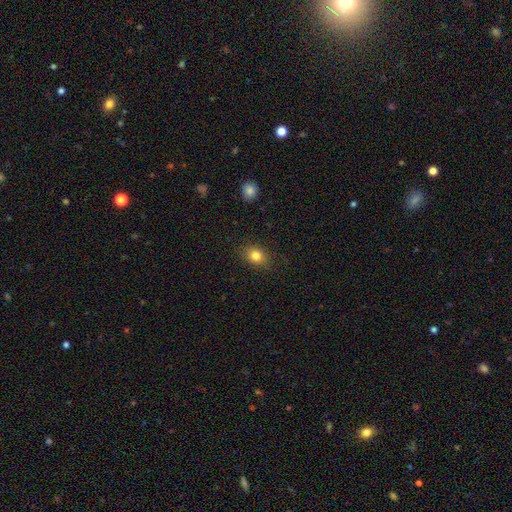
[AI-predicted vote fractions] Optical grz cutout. It shows a smooth galaxy with no disk features (82%) that is in between round and cigar-shaped (52%). Merging: none (85%).